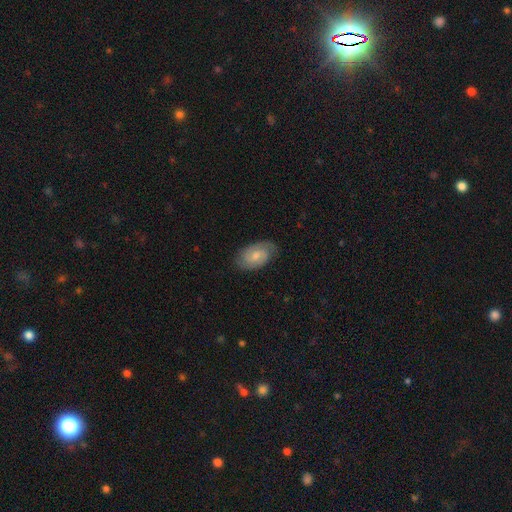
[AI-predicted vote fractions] Smooth or featured: featured or disk — 60% (smooth — 34%)
Edge-on disk: no — 96% (yes — 4%)
Bar: no — 52% (weak — 43%)
Spiral arms: yes — 91% (no — 9%)
Spiral winding: tight — 50% (medium — 38%)
Spiral arm count: 2 — 75% (can't tell — 15%)
Bulge size: small — 47% (moderate — 43%)
Merging: none — 78% (minor disturbance — 17%)